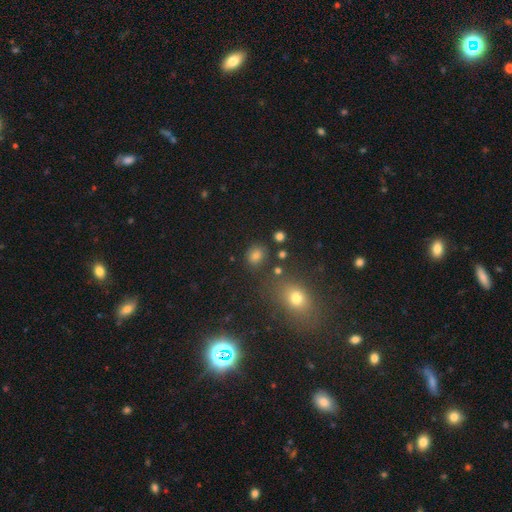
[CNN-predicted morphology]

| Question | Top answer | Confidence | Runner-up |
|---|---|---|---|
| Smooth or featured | smooth | 74% | star or artifact (19%) |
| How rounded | round | 57% | in between (42%) |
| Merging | none | 80% | minor disturbance (11%) |